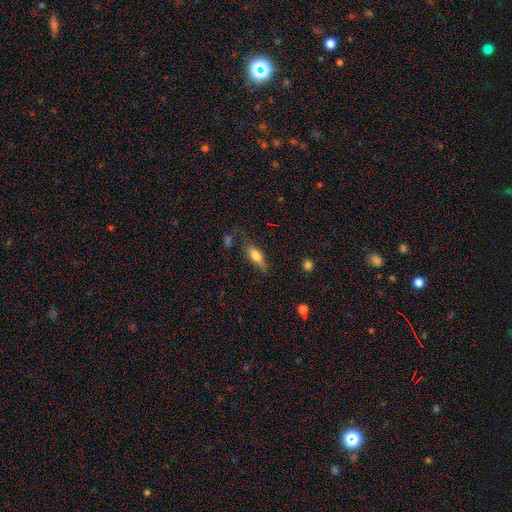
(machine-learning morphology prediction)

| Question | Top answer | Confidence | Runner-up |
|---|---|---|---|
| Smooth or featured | smooth | 73% | featured or disk (19%) |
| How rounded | in between | 66% | cigar-shaped (31%) |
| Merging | none | 62% | minor disturbance (26%) |